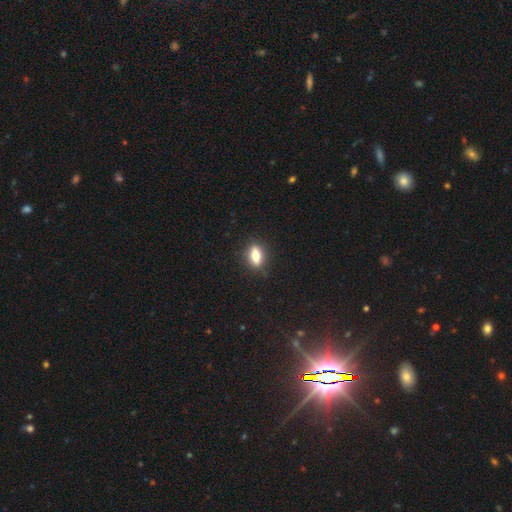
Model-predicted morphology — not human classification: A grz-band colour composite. It shows a smooth galaxy with no disk features (73%) that is in between round and cigar-shaped (70%). Merging: none (86%).